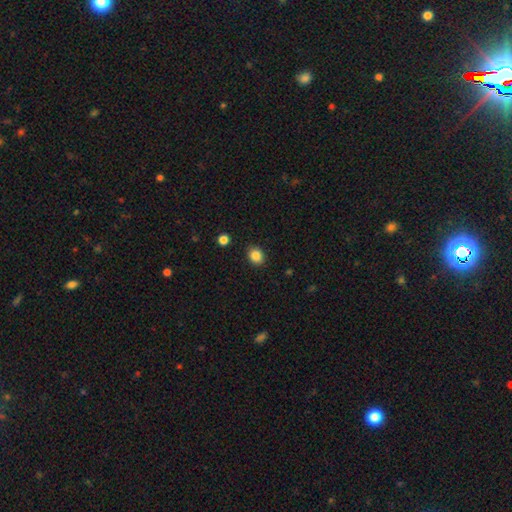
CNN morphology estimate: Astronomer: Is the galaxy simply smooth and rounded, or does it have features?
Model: smooth — 85%.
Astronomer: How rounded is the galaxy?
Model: round — 67%.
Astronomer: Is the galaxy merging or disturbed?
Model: none — 90%.